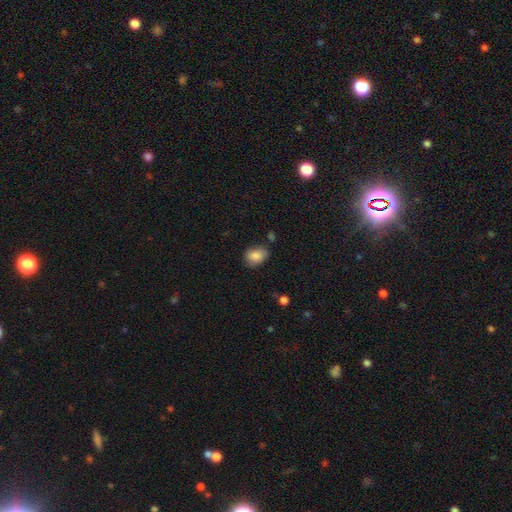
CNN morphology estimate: The model was most divided on "how rounded": in between: 65%, round: 34%, cigar-shaped: 1%. More confident: smooth or featured — smooth (84%); merging — none (71%).